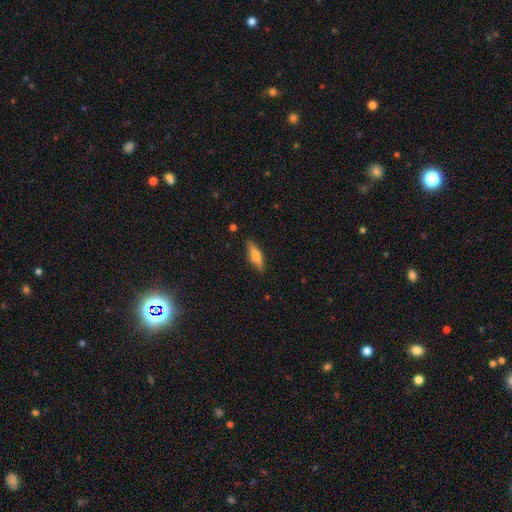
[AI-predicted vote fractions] smooth_or_featured: smooth (p=0.68) [alt: featured or disk p=0.25]
how_rounded: cigar-shaped (p=0.58) [alt: in between p=0.40]
merging: none (p=0.85) [alt: minor disturbance p=0.12]